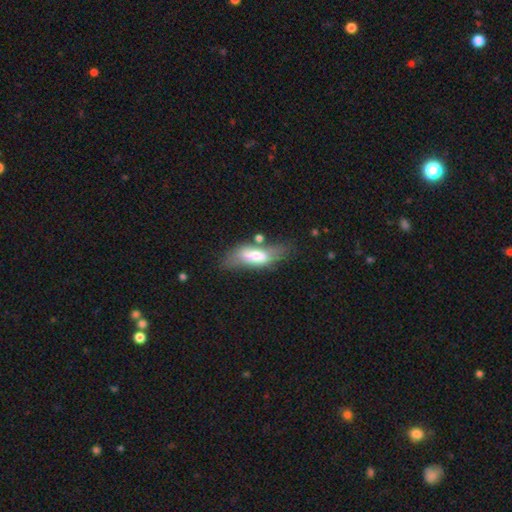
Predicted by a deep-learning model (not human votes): Smooth or featured? Predicted: smooth (p=0.58). How rounded? Predicted: in between (p=0.70). Merging? Predicted: none (p=0.50).